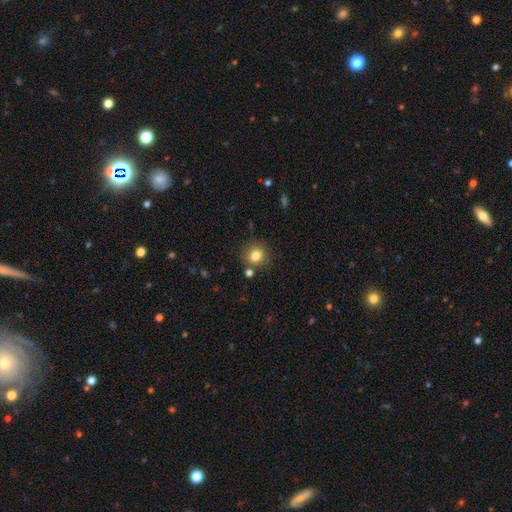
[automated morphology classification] Smooth or featured: smooth — 81% (star or artifact — 11%)
How rounded: round — 79% (in between — 20%)
Merging: none — 81% (minor disturbance — 10%)